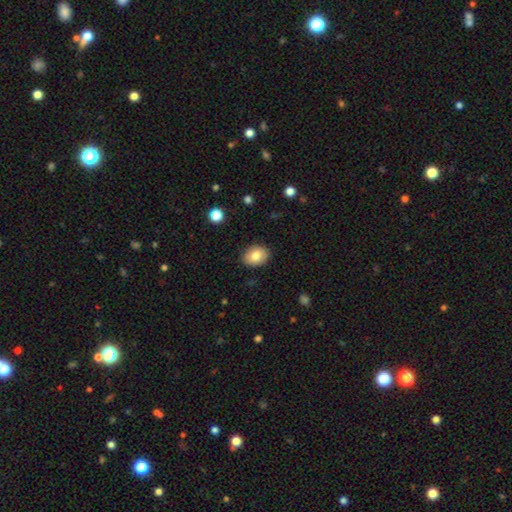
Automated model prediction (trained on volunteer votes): Q: Smooth or featured?
A: smooth (81%); runner-up: featured or disk (11%)
Q: How rounded?
A: in between (67%); runner-up: round (32%)
Q: Merging?
A: none (88%); runner-up: minor disturbance (9%)